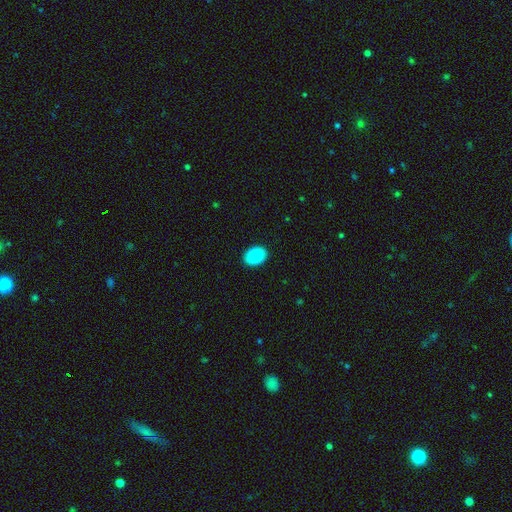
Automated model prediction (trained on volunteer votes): A smooth galaxy with no disk features (82%) that is in between round and cigar-shaped (75%).

Vote fractions:
- Smooth or featured? smooth: 82% / featured or disk: 11% / star or artifact: 7%
- How rounded? in between: 75% / round: 24% / cigar-shaped: 1%
- Merging? none: 89% / minor disturbance: 8% / major disturbance: 2% / merger: 1%